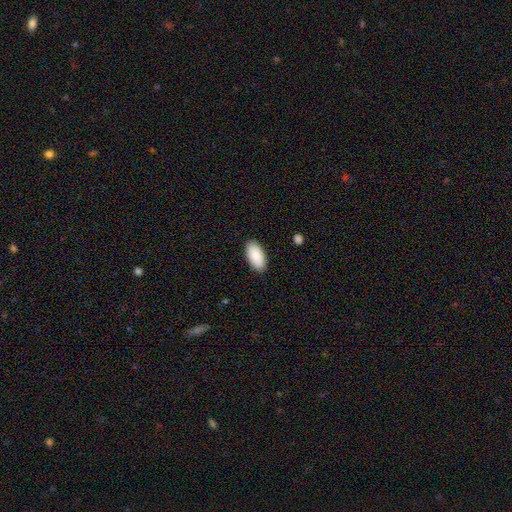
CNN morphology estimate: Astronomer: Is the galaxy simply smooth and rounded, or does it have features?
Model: smooth — 91%.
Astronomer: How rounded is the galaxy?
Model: in between — 96%.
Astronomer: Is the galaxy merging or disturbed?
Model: none — 89%.